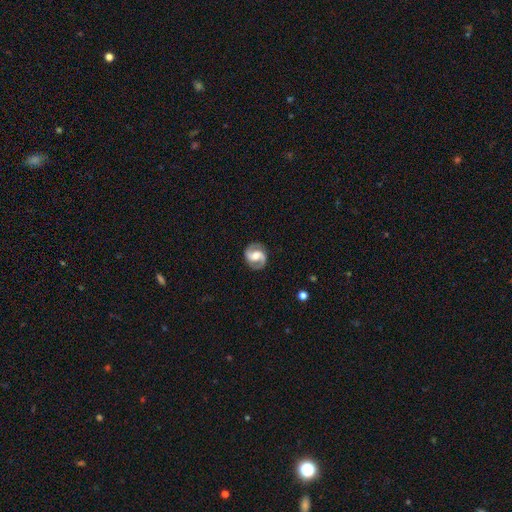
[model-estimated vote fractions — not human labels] Q: Smooth or featured?
A: featured or disk (87%); runner-up: smooth (8%)
Q: Edge-on disk?
A: no (98%); runner-up: yes (2%)
Q: Bar?
A: weak (44%); runner-up: no (29%)
Q: Spiral arms?
A: yes (97%); runner-up: no (3%)
Q: Spiral winding?
A: medium (55%); runner-up: tight (26%)
Q: Spiral arm count?
A: 2 (94%); runner-up: can't tell (2%)
Q: Bulge size?
A: moderate (62%); runner-up: large (17%)
Q: Merging?
A: none (86%); runner-up: minor disturbance (9%)